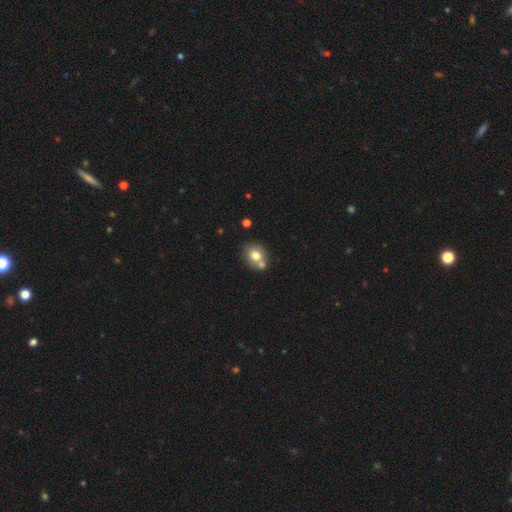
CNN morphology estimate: smooth 74%, featured or disk 16%, star or artifact 10%. Down the decision tree: how rounded — round (60%); merging — none (53%).